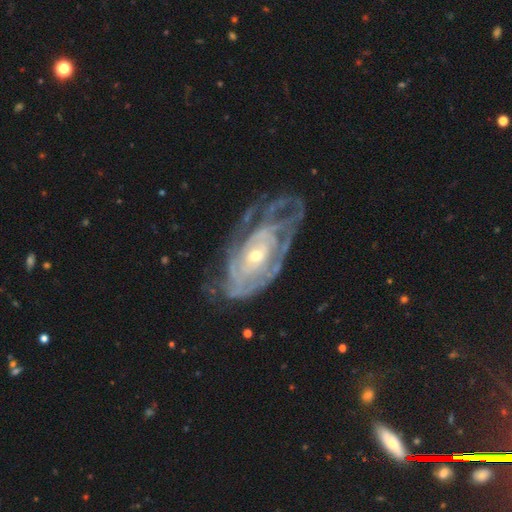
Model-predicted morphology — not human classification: A featured or disk galaxy (85%) with no bar (68%), tight (72%) spiral arms (87%) and a small central bulge (59%). Merging: none (52%).